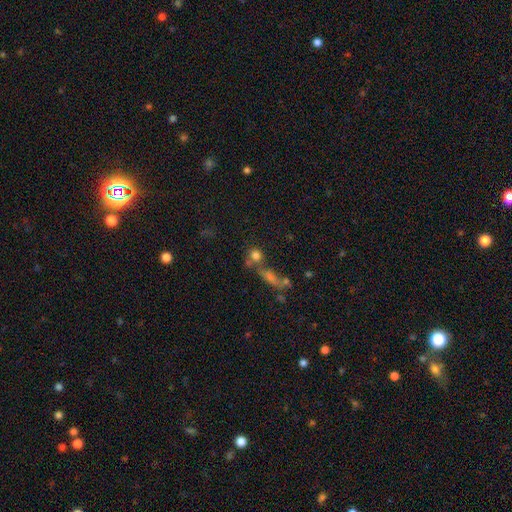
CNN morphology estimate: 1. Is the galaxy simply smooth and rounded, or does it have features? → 73% smooth, 16% star or artifact, 12% featured or disk.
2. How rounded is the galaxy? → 82% round, 14% in between, 4% cigar-shaped.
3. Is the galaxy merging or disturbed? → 50% none, 33% merger, 10% minor disturbance, 7% major disturbance.